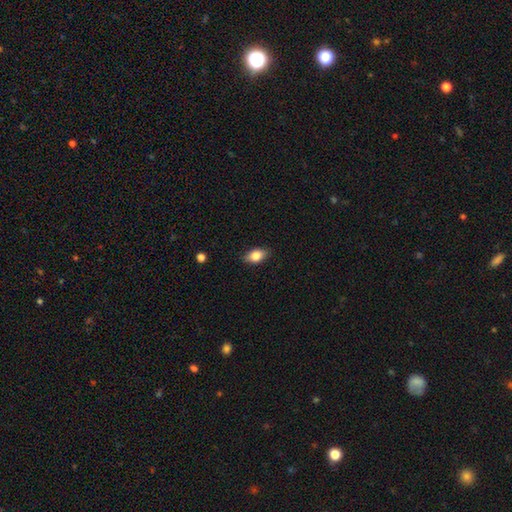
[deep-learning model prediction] smooth 80%, featured or disk 12%, star or artifact 8%. Down the decision tree: how rounded — in between (85%); merging — none (85%).